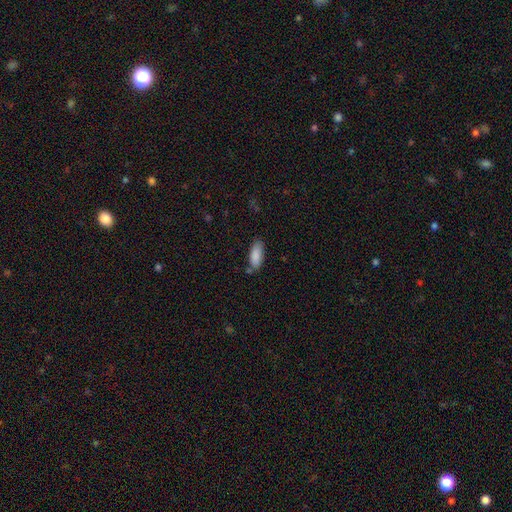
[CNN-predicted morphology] Smooth or featured?
  - smooth: 88% *
  - star or artifact: 6%
  - featured or disk: 5%
How rounded?
  - in between: 79% *
  - cigar-shaped: 20%
  - round: 2%
Merging?
  - none: 73% *
  - minor disturbance: 17%
  - merger: 6%
  - major disturbance: 4%